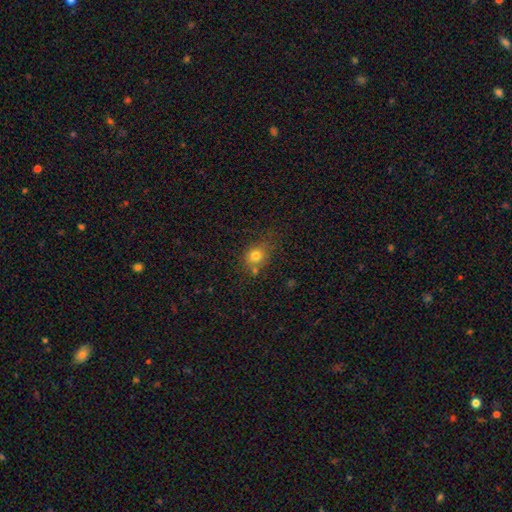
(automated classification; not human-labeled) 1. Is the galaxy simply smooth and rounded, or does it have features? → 77% smooth, 14% star or artifact, 9% featured or disk.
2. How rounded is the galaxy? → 74% round, 25% in between, 1% cigar-shaped.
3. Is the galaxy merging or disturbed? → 66% none, 17% minor disturbance, 12% merger, 6% major disturbance.